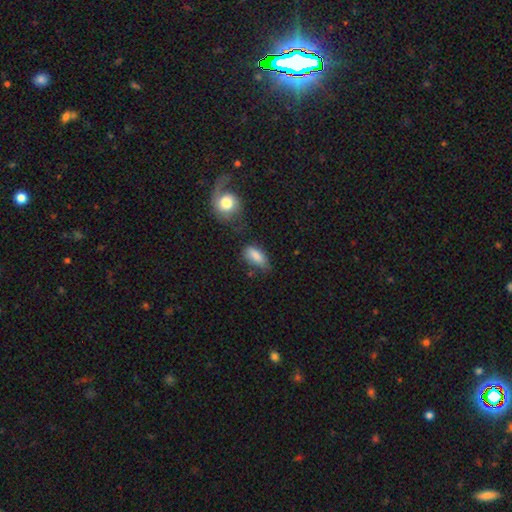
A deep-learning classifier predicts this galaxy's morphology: A smooth galaxy with no disk features (82%) that is in between round and cigar-shaped (86%). Merging: none (45%).